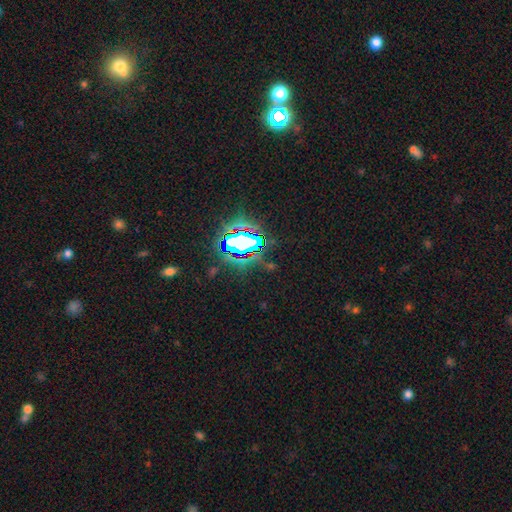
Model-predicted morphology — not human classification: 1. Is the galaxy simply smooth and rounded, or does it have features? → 77% star or artifact, 12% smooth, 11% featured or disk.